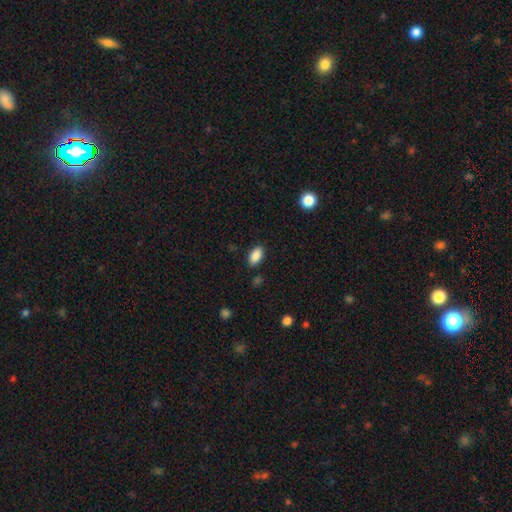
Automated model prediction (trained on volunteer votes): Smooth or featured: smooth — 88% (star or artifact — 8%)
How rounded: in between — 92% (round — 5%)
Merging: none — 86% (minor disturbance — 10%)